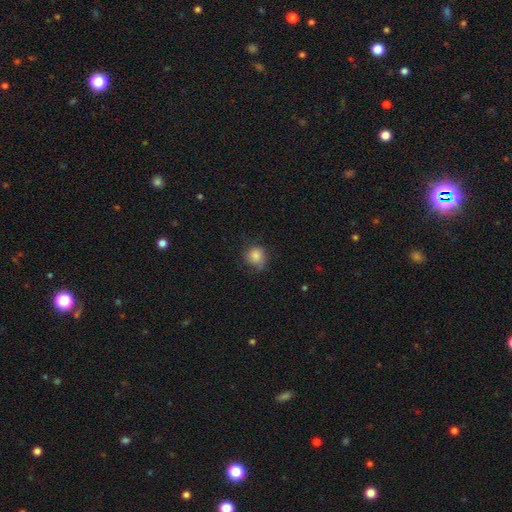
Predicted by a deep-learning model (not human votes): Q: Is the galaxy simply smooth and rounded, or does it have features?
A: smooth — 85%.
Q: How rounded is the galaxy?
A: round — 83%.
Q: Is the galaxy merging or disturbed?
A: none — 69%.